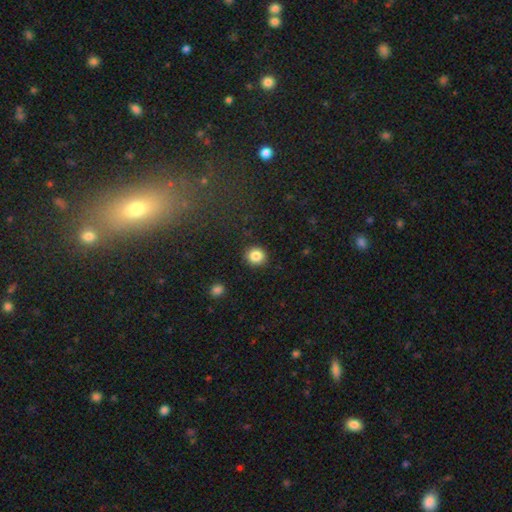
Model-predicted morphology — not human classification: Overall: smooth (85%). How rounded: round (90%). Merging: none (91%).